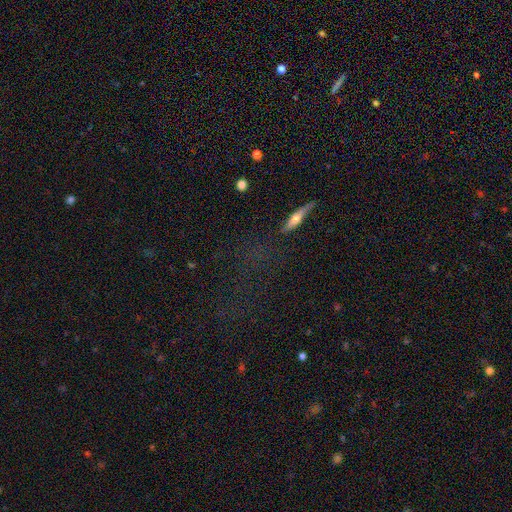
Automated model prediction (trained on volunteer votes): Q: Smooth or featured?
A: star or artifact (47%); runner-up: smooth (32%)